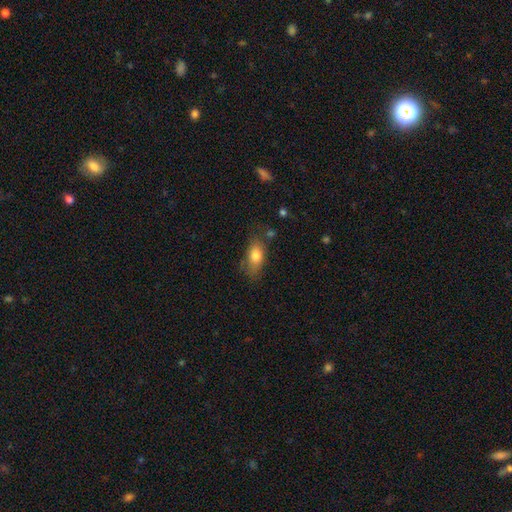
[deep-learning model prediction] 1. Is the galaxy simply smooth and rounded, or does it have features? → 79% smooth, 13% featured or disk, 8% star or artifact.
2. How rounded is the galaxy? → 84% in between, 8% round, 7% cigar-shaped.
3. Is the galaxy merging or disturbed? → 65% none, 23% minor disturbance, 8% major disturbance, 4% merger.